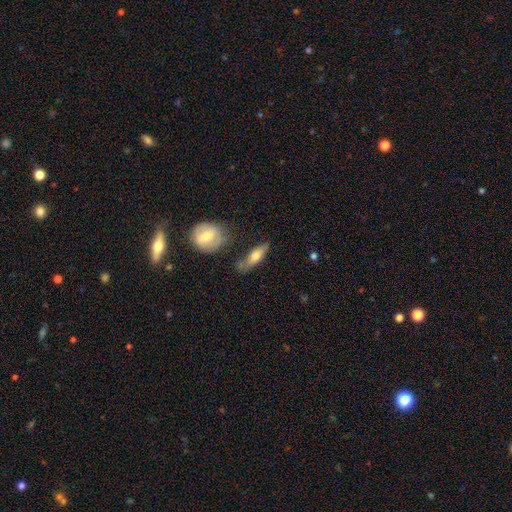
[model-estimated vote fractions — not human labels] Morphology: type=smooth (62%); roundness=cigar-shaped (50%); merging=none (67%).